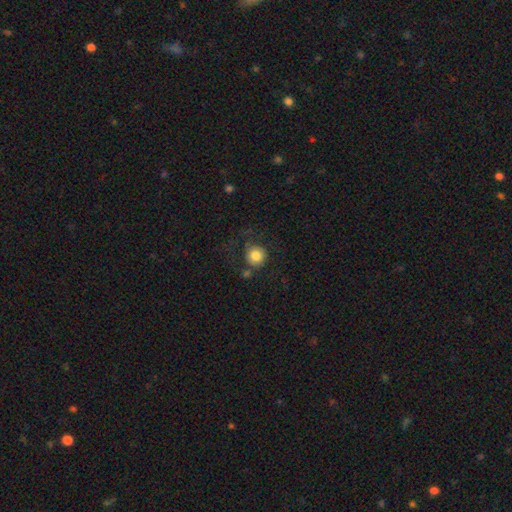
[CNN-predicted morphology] smooth-or-featured: smooth: 82% | star or artifact: 9% | featured or disk: 9%
  how-rounded: round: 90% | in between: 9% | cigar-shaped: 1%
  merging: none: 66% | minor disturbance: 16% | major disturbance: 11% | merger: 7%